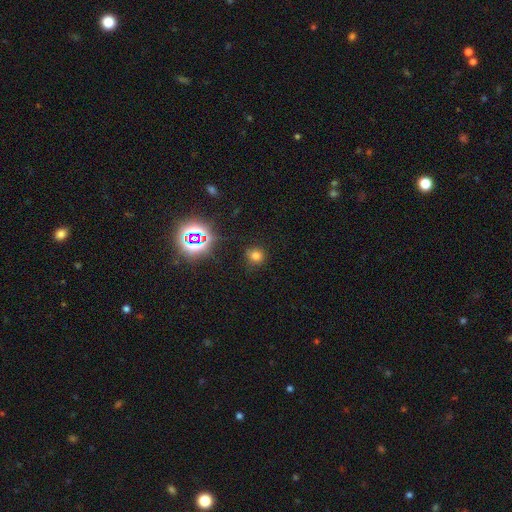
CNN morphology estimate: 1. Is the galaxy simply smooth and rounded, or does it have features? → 69% smooth, 25% star or artifact, 6% featured or disk.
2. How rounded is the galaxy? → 87% round, 12% in between, 1% cigar-shaped.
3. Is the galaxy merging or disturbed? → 83% none, 11% minor disturbance, 4% major disturbance, 3% merger.